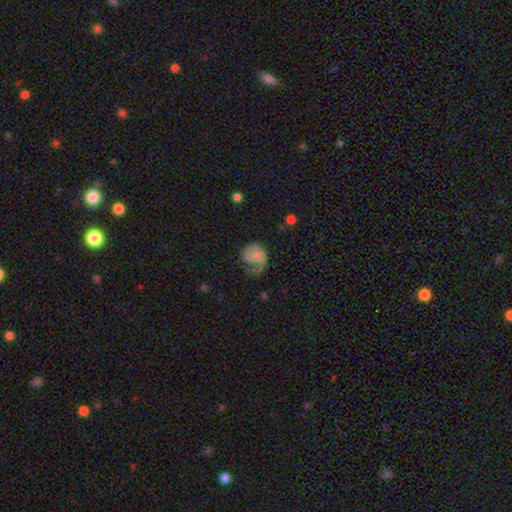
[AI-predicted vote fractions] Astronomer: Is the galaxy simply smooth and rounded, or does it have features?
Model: featured or disk — 55% (runner-up: smooth, 37%).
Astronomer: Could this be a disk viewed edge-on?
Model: no — 98%.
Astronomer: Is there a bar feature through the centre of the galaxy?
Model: no — 66%.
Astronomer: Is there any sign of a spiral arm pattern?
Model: yes — 84%.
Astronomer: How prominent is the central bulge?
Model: small — 40% (runner-up: none, 32%).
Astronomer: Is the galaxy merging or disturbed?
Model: major disturbance — 37% (runner-up: none, 36%).